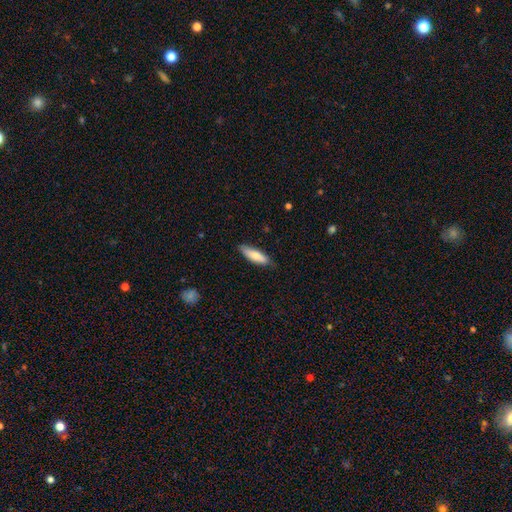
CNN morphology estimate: Overall: smooth (76%). How rounded: cigar-shaped (51%; in between 48%). Merging: none (81%).